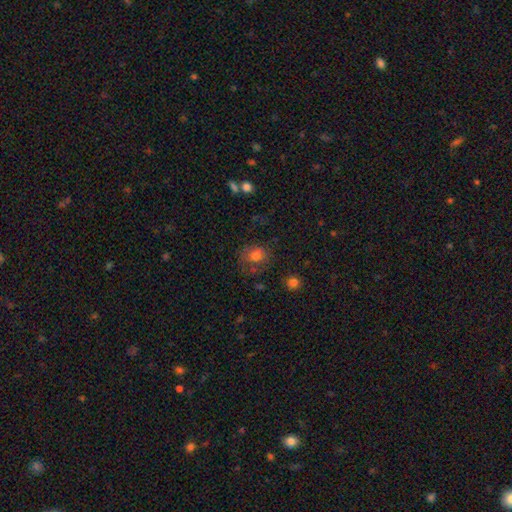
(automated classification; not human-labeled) A smooth galaxy with no disk features (70%) that is round (61%). Merging: none (56%).